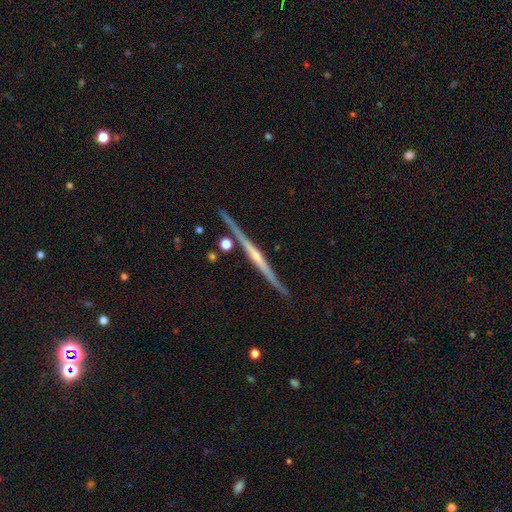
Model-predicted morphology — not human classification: Smooth or featured: featured or disk — 82% (smooth — 12%)
Edge-on disk: yes — 98% (no — 2%)
Edge-on bulge: rounded — 57% (none — 34%)
Merging: none — 86% (minor disturbance — 9%)